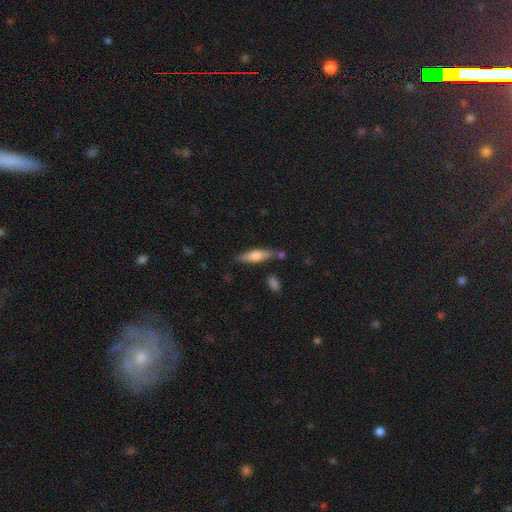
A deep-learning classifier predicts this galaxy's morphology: A smooth galaxy with no disk features (61%) that is cigar-shaped (62%). Merging: none (74%).